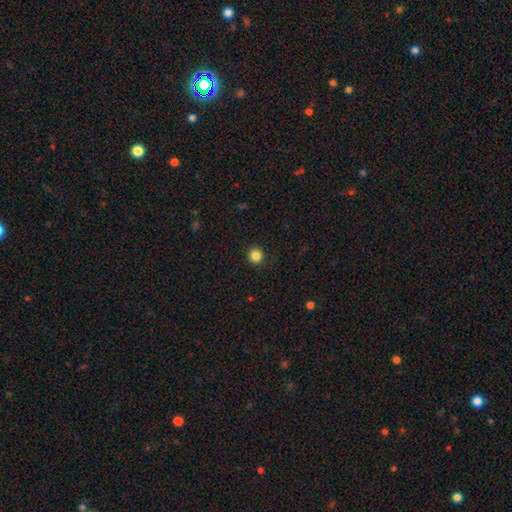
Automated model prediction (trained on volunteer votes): This is clearly a smooth galaxy (85%). How rounded: clearly round (94%). Merging: clearly none (92%).